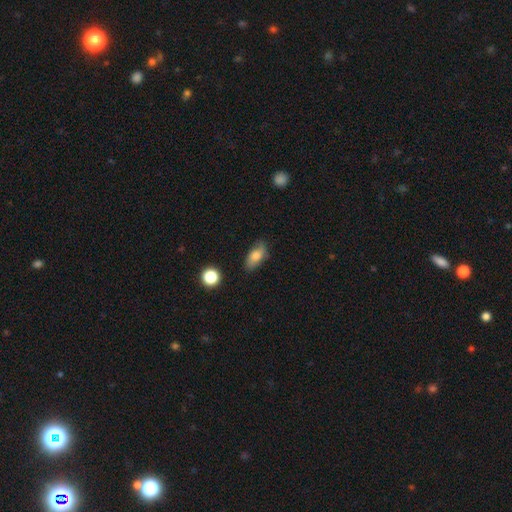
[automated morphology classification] smooth 73%, featured or disk 18%, star or artifact 9%. Down the decision tree: how rounded — in between (86%); merging — none (73%).